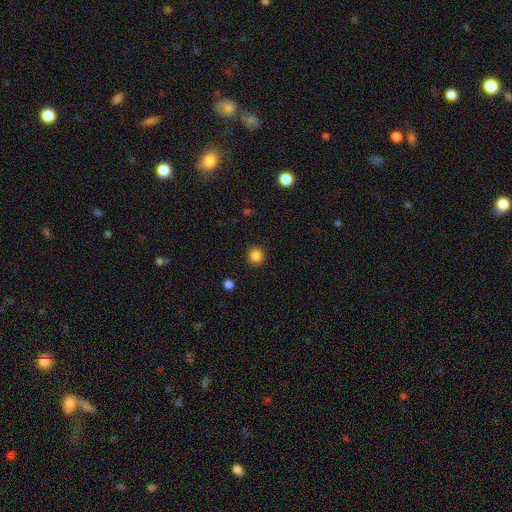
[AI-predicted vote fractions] smooth_or_featured: smooth (p=0.86) [alt: star or artifact p=0.11]
how_rounded: round (p=0.92) [alt: in between p=0.07]
merging: none (p=0.92) [alt: minor disturbance p=0.05]